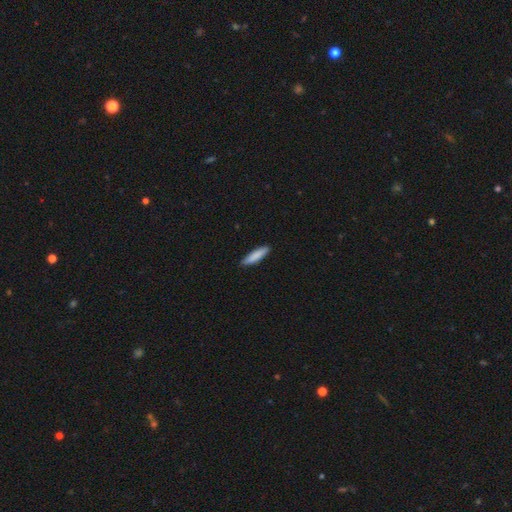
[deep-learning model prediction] Morphology: type=smooth (85%); roundness=cigar-shaped (80%); merging=none (89%).